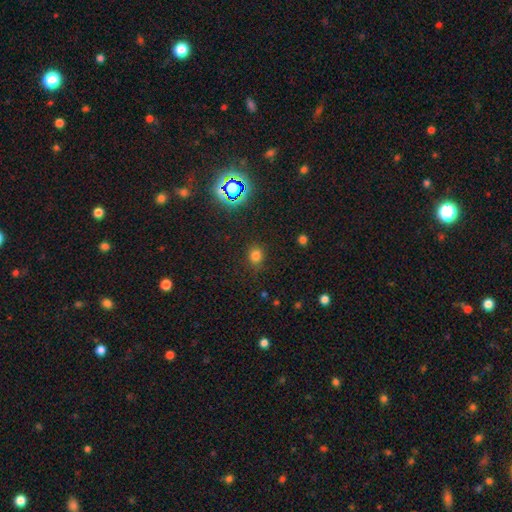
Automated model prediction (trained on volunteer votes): Smooth or featured: smooth — 73% (star or artifact — 21%)
How rounded: round — 69% (in between — 29%)
Merging: none — 82% (minor disturbance — 12%)